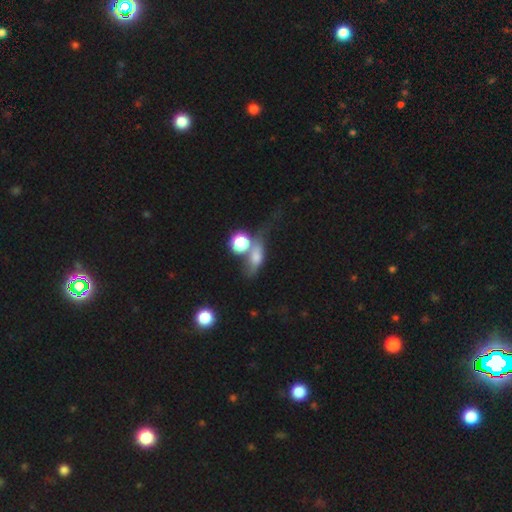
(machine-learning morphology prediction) A smooth galaxy with no disk features (64%) that is in between round and cigar-shaped (52%). Merging: merger (44%).